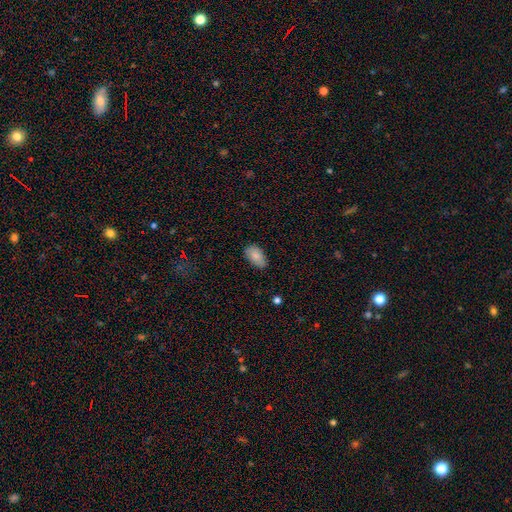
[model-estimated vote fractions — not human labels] Smooth or featured?
  - smooth: 86% *
  - featured or disk: 7%
  - star or artifact: 7%
How rounded?
  - in between: 94% *
  - round: 4%
  - cigar-shaped: 2%
Merging?
  - none: 80% *
  - minor disturbance: 16%
  - major disturbance: 3%
  - merger: 1%